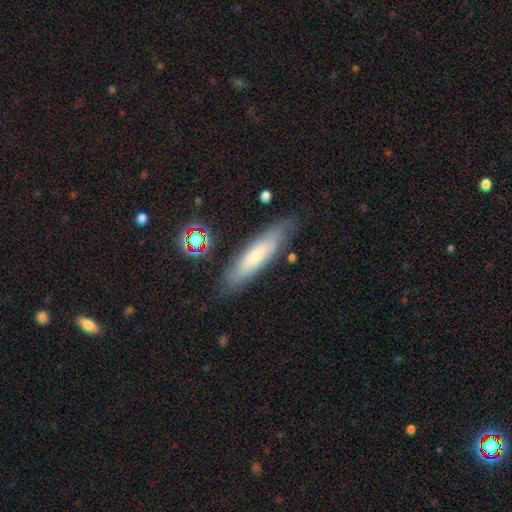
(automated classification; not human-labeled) A smooth galaxy with no disk features (60%) that is cigar-shaped (72%). Merging: none (78%).